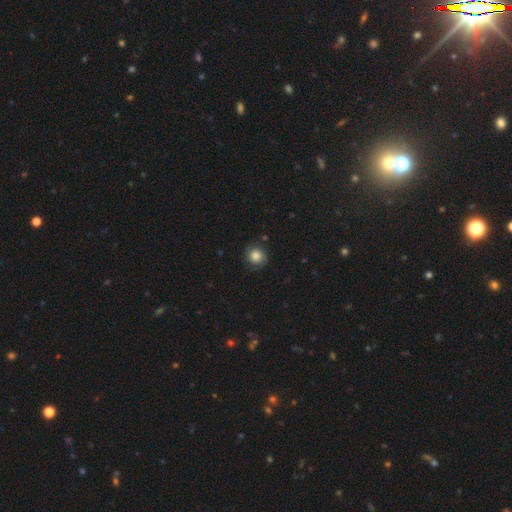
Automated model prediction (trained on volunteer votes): Smooth or featured?
  - smooth: 75% *
  - featured or disk: 16%
  - star or artifact: 9%
How rounded?
  - round: 88% *
  - in between: 11%
  - cigar-shaped: 1%
Merging?
  - none: 79% *
  - minor disturbance: 15%
  - major disturbance: 5%
  - merger: 1%